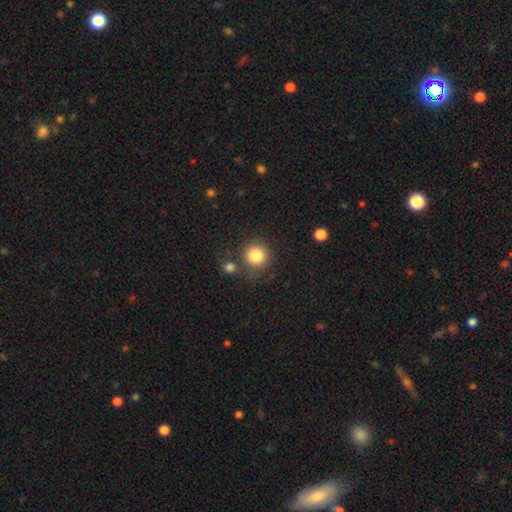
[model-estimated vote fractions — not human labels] This is clearly a smooth galaxy (84%). How rounded: clearly round (92%). Merging: likely none (74%).